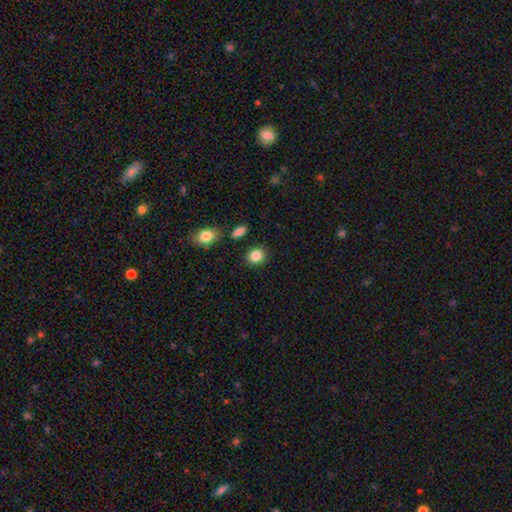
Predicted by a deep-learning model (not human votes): Smooth or featured? Predicted: smooth (p=0.86). How rounded? Predicted: round (p=0.73). Merging? Predicted: none (p=0.86).